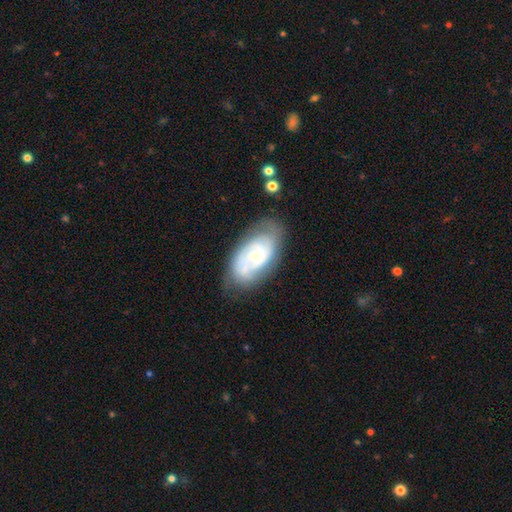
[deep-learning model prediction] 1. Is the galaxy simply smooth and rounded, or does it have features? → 73% featured or disk, 21% smooth, 7% star or artifact.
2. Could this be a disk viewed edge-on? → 95% no, 5% yes.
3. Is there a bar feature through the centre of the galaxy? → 63% no, 31% weak, 6% strong.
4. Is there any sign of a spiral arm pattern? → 89% yes, 11% no.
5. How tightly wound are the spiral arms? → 56% tight, 35% medium, 10% loose.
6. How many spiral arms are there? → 42% 2, 34% can't tell, 13% 3, 4% 1, 4% 4, 3% more than 4.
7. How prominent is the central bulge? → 62% small, 30% moderate, 4% none, 3% large, 1% dominant.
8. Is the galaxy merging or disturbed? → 67% none, 22% minor disturbance, 8% major disturbance, 3% merger.